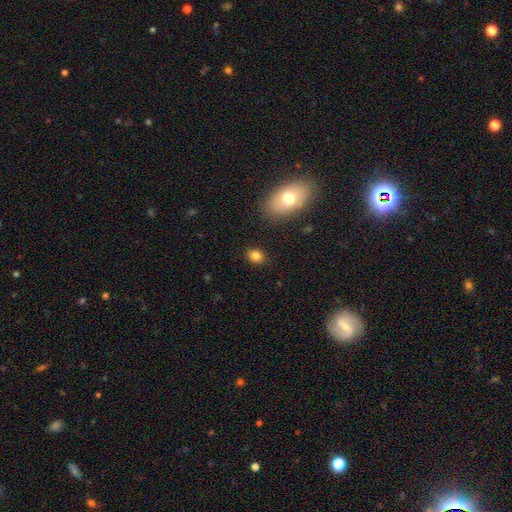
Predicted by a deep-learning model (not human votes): smooth-or-featured: smooth: 82% | star or artifact: 11% | featured or disk: 7%
  how-rounded: in between: 53% | round: 46% | cigar-shaped: 1%
  merging: none: 87% | minor disturbance: 9% | major disturbance: 3% | merger: 2%